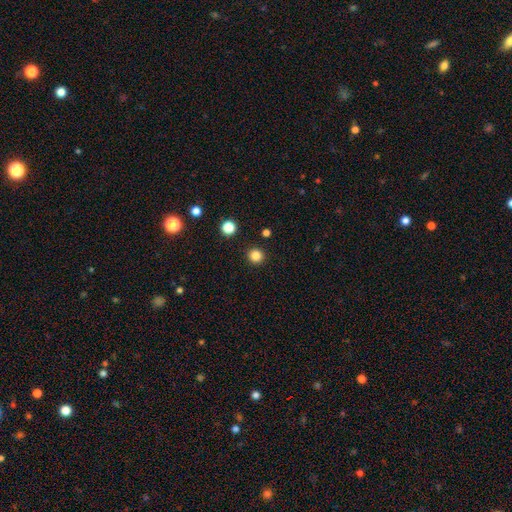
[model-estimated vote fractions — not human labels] Smooth or featured: smooth — 83% (star or artifact — 13%)
How rounded: round — 95% (in between — 4%)
Merging: none — 93% (minor disturbance — 4%)